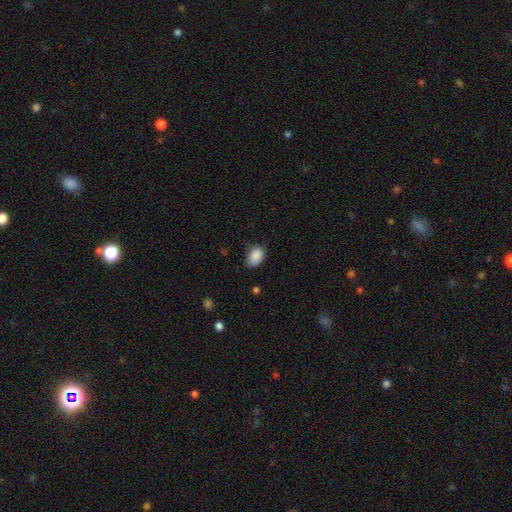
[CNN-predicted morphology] The model was most divided on "merging": none: 65%, minor disturbance: 29%, major disturbance: 5%, merger: 1%. More confident: smooth or featured — smooth (87%); how rounded — in between (84%).